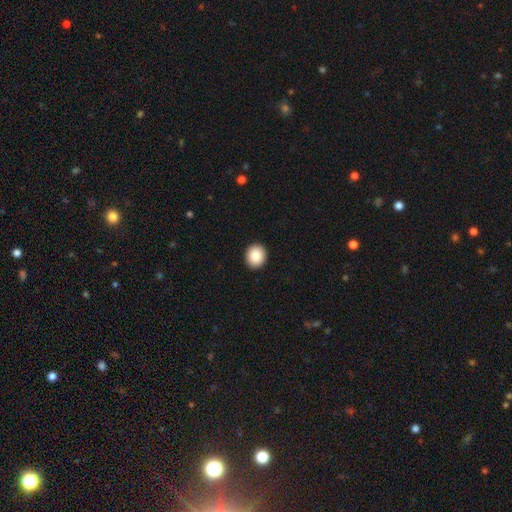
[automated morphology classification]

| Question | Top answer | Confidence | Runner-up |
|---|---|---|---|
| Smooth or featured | smooth | 87% | star or artifact (8%) |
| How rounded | round | 77% | in between (22%) |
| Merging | none | 93% | minor disturbance (5%) |